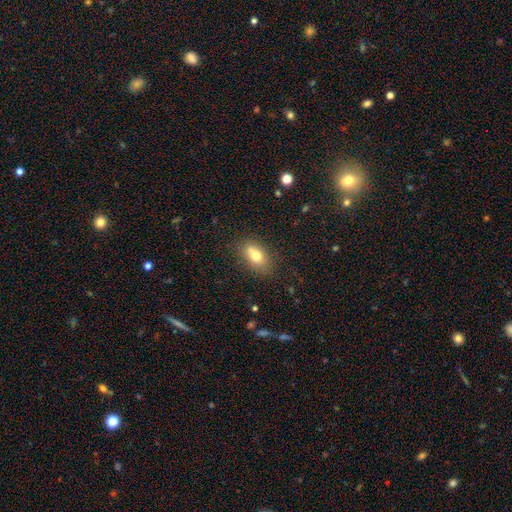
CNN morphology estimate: This is likely a smooth galaxy (73%). How rounded: clearly in between (84%). Merging: likely none (74%).